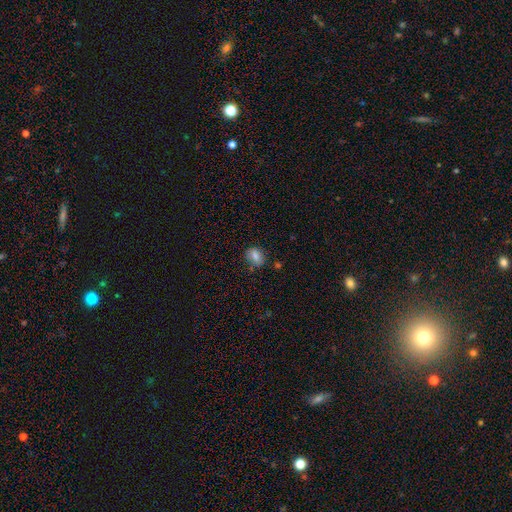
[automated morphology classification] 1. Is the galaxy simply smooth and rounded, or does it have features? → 79% smooth, 11% featured or disk, 10% star or artifact.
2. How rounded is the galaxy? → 61% in between, 37% round, 2% cigar-shaped.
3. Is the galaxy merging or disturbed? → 76% none, 17% minor disturbance, 4% major disturbance, 3% merger.